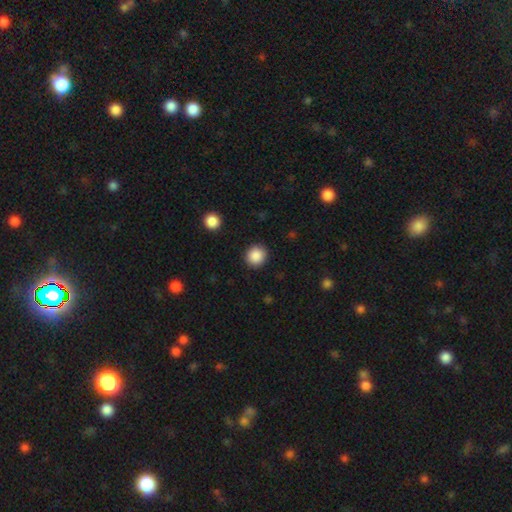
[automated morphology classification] This appears to be a smooth galaxy with no disk features (88%) that is round (89%). Merging: none (91%).